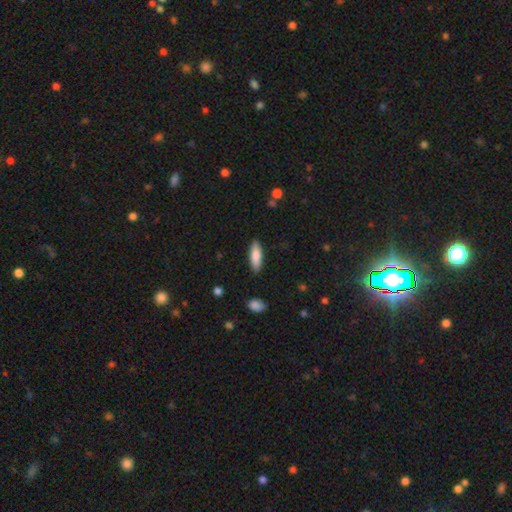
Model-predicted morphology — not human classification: smooth_or_featured: smooth (p=0.83) [alt: featured or disk p=0.11]
how_rounded: in between (p=0.52) [alt: cigar-shaped p=0.46]
merging: none (p=0.87) [alt: minor disturbance p=0.10]